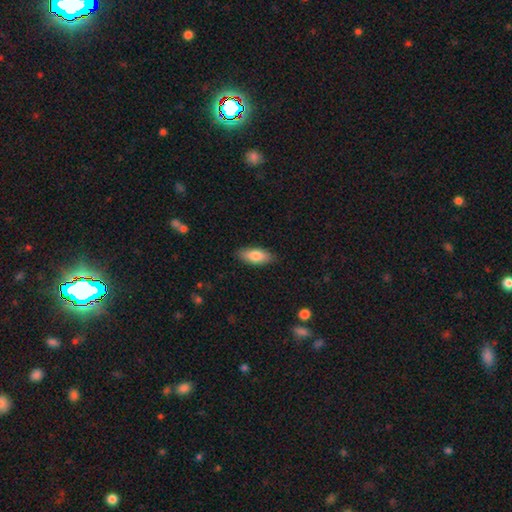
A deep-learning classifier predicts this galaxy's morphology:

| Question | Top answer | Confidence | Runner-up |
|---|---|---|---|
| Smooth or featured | smooth | 80% | featured or disk (14%) |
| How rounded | in between | 83% | cigar-shaped (15%) |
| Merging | none | 87% | minor disturbance (10%) |